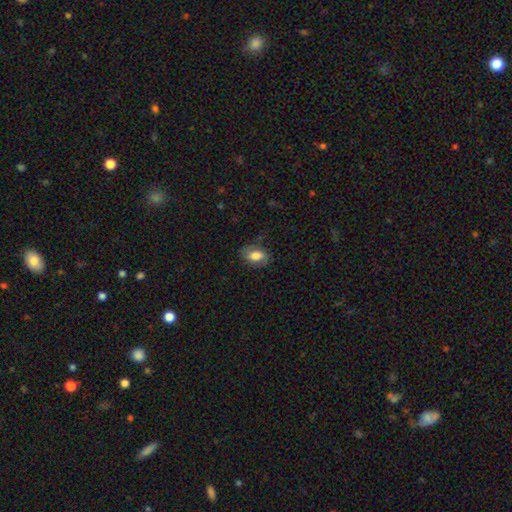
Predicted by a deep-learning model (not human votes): smooth 64%, featured or disk 28%, star or artifact 8%. Down the decision tree: how rounded — in between (86%); merging — none (67%).